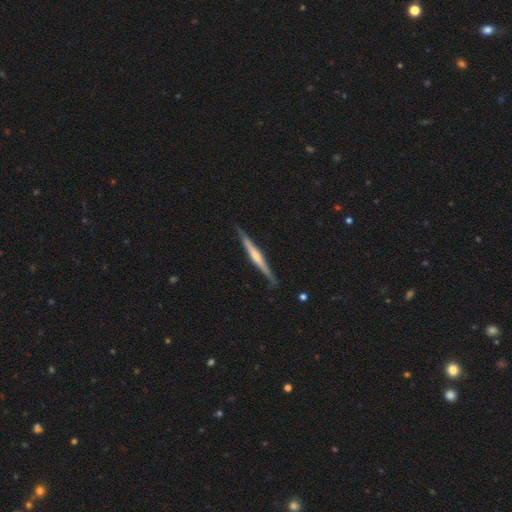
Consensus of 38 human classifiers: A featured or disk galaxy (87%) viewed edge-on (100%) with a rounded central bulge (79%). Merging: none (86%).